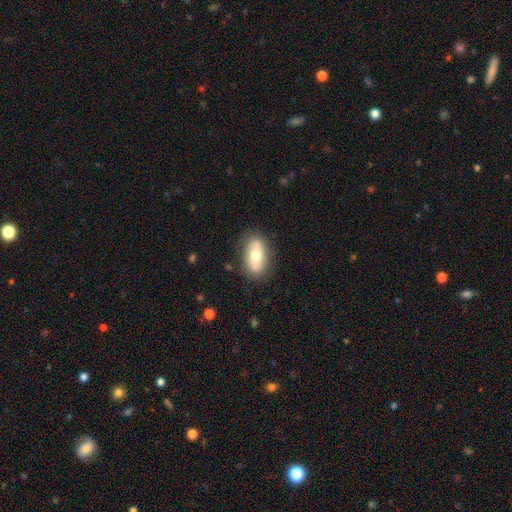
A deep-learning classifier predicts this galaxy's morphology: Overall: smooth (60%; featured or disk 34%). How rounded: in between (87%). Merging: none (82%).